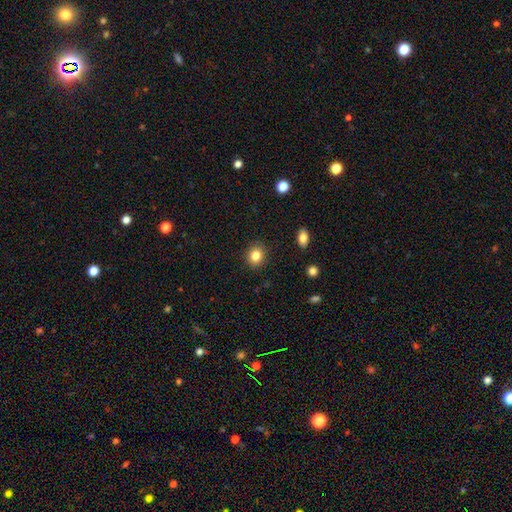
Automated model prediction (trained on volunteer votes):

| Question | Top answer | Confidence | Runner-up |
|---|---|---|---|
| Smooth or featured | smooth | 84% | star or artifact (10%) |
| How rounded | round | 70% | in between (29%) |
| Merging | none | 89% | minor disturbance (7%) |